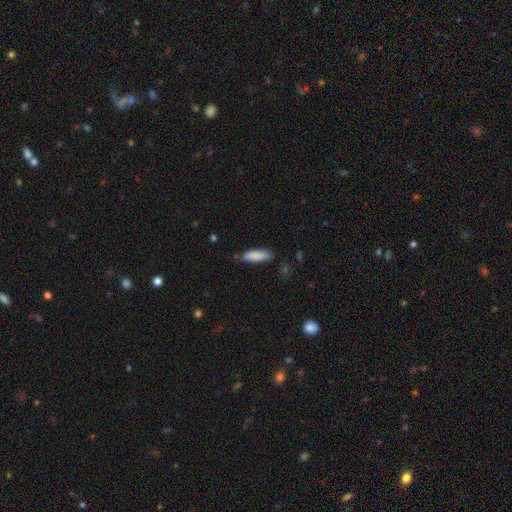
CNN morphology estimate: A smooth galaxy with no disk features (86%) that is cigar-shaped (54%). Merging: none (78%).